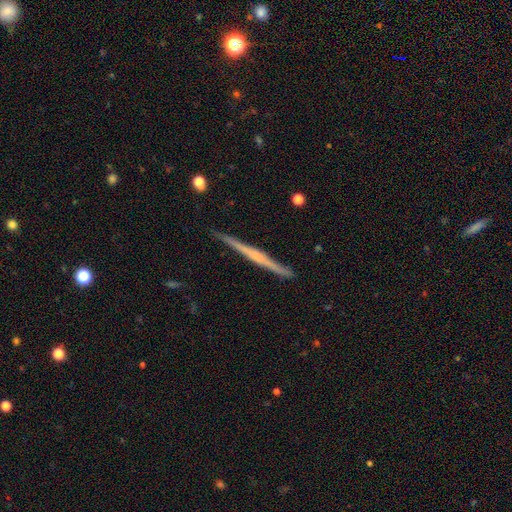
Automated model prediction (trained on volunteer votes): Overall: featured or disk (75%). Edge-on disk: yes (98%). Edge-on bulge: rounded (51%; none 39%). Merging: none (89%).